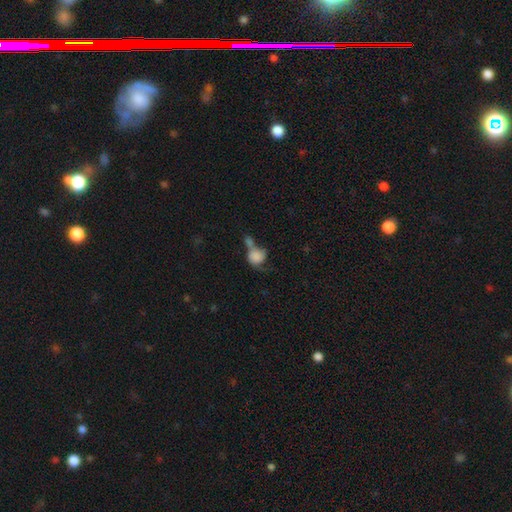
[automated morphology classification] smooth_or_featured: smooth (p=0.75) [alt: featured or disk p=0.16]
how_rounded: round (p=0.71) [alt: in between p=0.28]
merging: merger (p=0.52) [alt: none p=0.19]